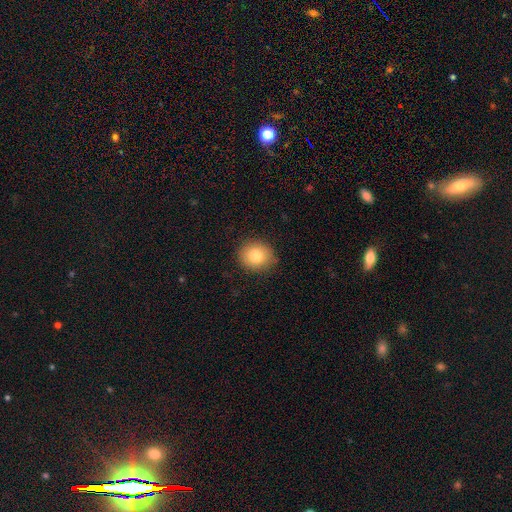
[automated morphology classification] Smooth or featured? smooth (80%)
How rounded? round (81%)
Merging? none (87%)